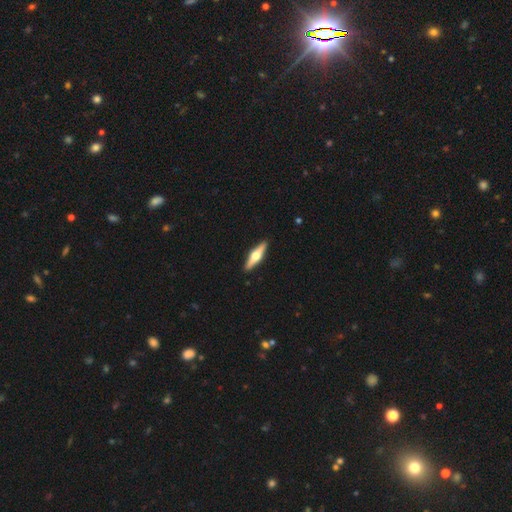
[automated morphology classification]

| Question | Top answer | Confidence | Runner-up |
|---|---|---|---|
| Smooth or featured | featured or disk | 65% | smooth (30%) |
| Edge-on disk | yes | 97% | no (3%) |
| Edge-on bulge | rounded | 95% | boxy (3%) |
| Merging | none | 92% | minor disturbance (6%) |